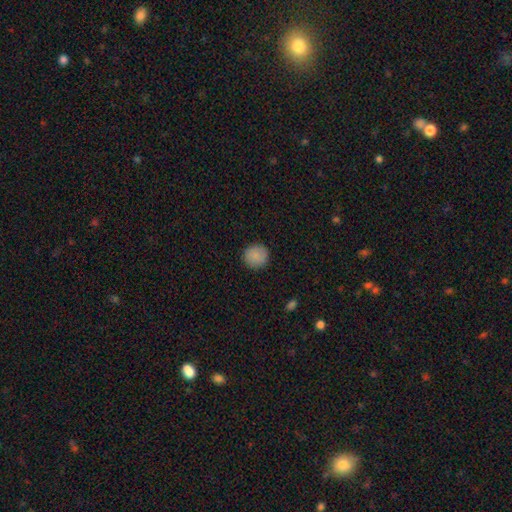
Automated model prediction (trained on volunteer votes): smooth 88%, star or artifact 8%, featured or disk 4%. Down the decision tree: how rounded — round (92%); merging — none (91%).